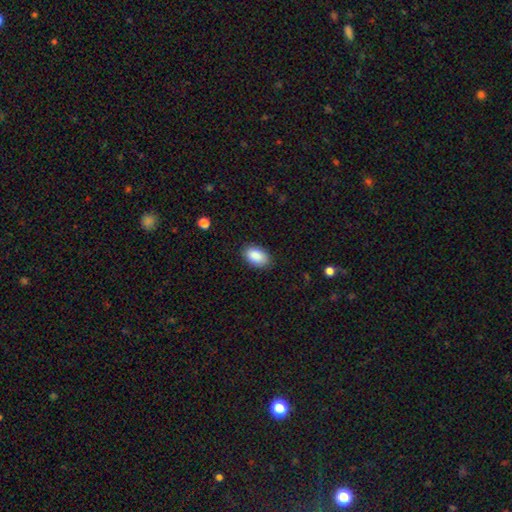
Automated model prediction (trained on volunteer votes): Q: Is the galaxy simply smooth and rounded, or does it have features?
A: smooth — 90%.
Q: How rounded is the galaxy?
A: in between — 93%.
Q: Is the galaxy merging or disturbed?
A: none — 86%.